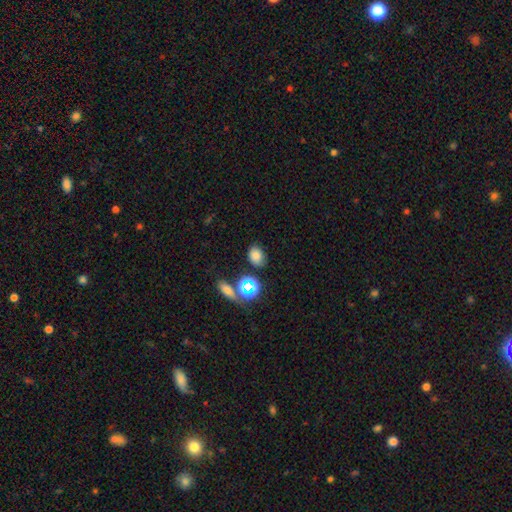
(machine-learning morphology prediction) Smooth or featured? smooth (74%)
How rounded? in between (65%)
Merging? none (74%)